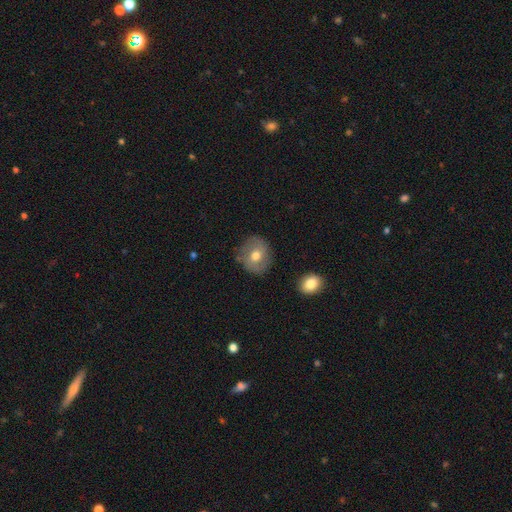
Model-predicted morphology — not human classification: smooth_or_featured: smooth (p=0.61) [alt: featured or disk p=0.31]
how_rounded: round (p=0.77) [alt: in between p=0.22]
merging: none (p=0.80) [alt: minor disturbance p=0.14]